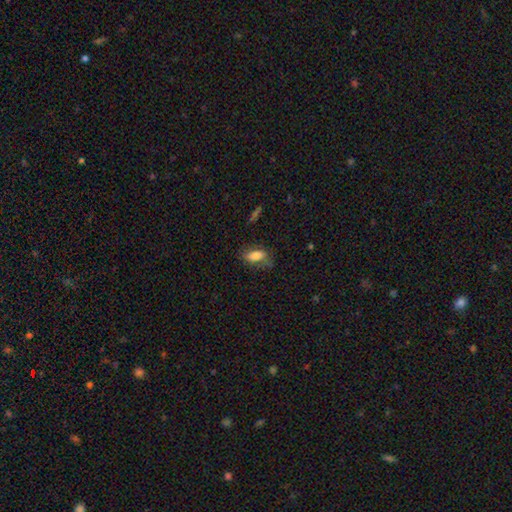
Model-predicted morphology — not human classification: Smooth or featured: smooth — 75% (featured or disk — 17%)
How rounded: in between — 86% (cigar-shaped — 10%)
Merging: none — 61% (minor disturbance — 24%)